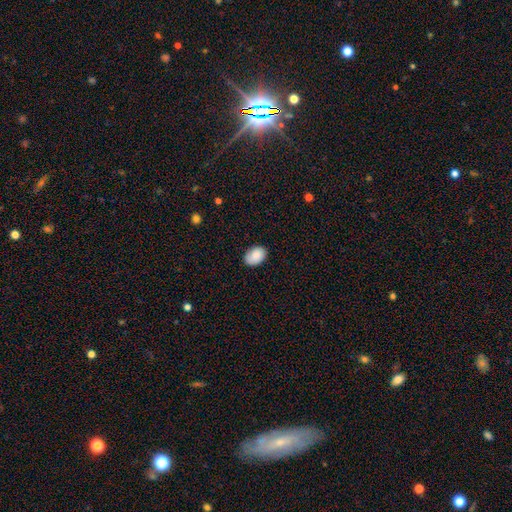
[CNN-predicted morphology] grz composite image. It shows a smooth galaxy with no disk features (86%) that is in between round and cigar-shaped (81%). Merging: none (82%).